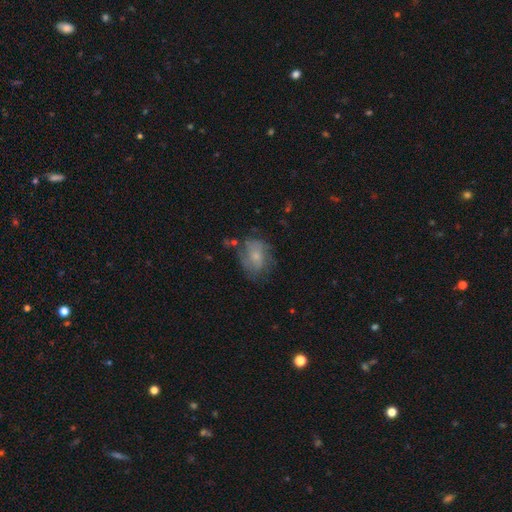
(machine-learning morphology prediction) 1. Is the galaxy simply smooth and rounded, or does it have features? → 48% smooth, 43% featured or disk, 9% star or artifact.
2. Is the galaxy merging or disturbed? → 53% none, 27% minor disturbance, 17% major disturbance, 4% merger.